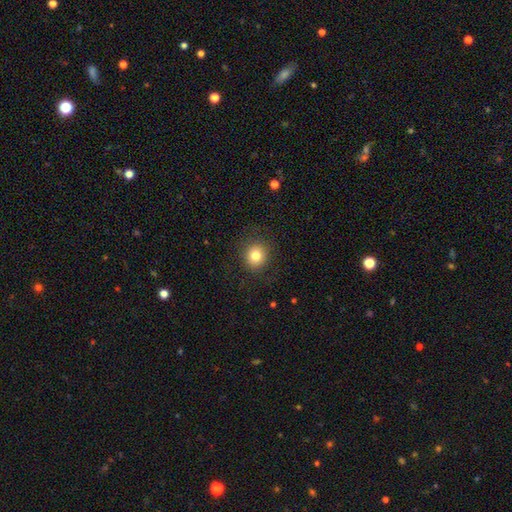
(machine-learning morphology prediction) Smooth or featured?
  - smooth: 82% *
  - star or artifact: 11%
  - featured or disk: 8%
How rounded?
  - round: 87% *
  - in between: 12%
  - cigar-shaped: 1%
Merging?
  - none: 88% *
  - minor disturbance: 8%
  - major disturbance: 3%
  - merger: 1%